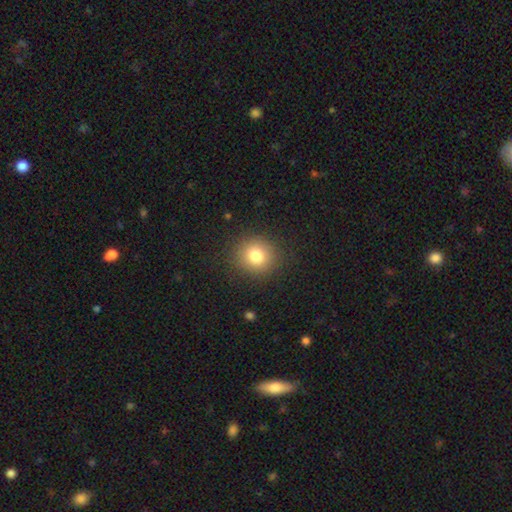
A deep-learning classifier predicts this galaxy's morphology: Smooth or featured?
  - smooth: 80% *
  - star or artifact: 12%
  - featured or disk: 8%
How rounded?
  - round: 87% *
  - in between: 12%
  - cigar-shaped: 1%
Merging?
  - none: 89% *
  - minor disturbance: 7%
  - major disturbance: 3%
  - merger: 1%